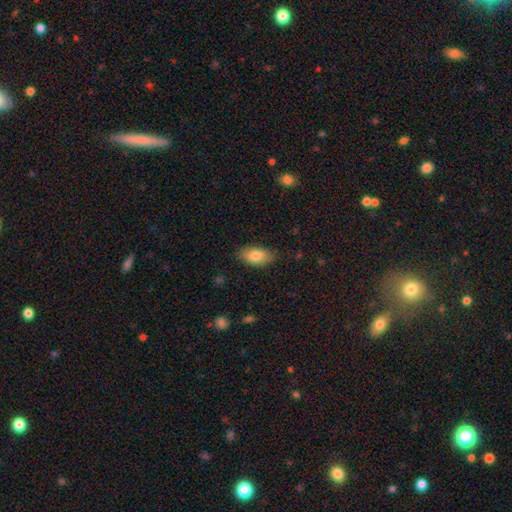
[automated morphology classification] A smooth galaxy with no disk features (83%) that is in between round and cigar-shaped (93%). Merging: none (84%).